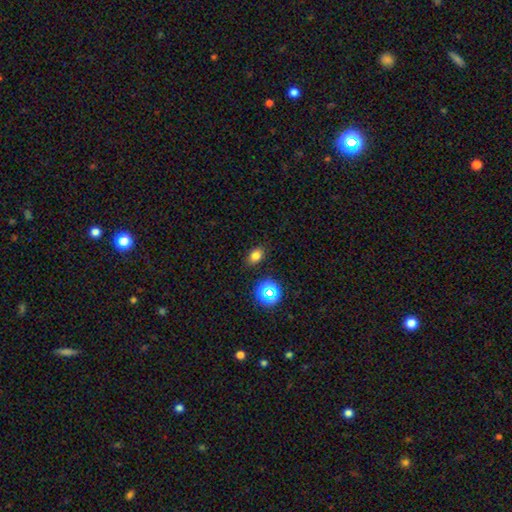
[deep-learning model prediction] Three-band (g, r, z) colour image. It shows a smooth galaxy with no disk features (77%) that is in between round and cigar-shaped (75%). Merging: none (86%).